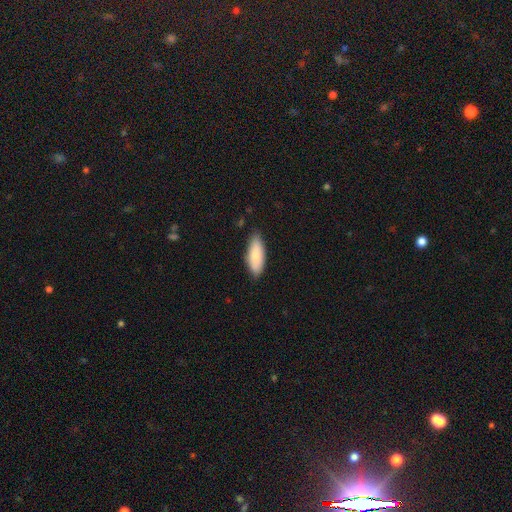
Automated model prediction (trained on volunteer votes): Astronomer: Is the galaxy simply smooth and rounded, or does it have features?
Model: smooth — 83%.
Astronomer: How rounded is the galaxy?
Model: in between — 75%.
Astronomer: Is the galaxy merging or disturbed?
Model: none — 81%.